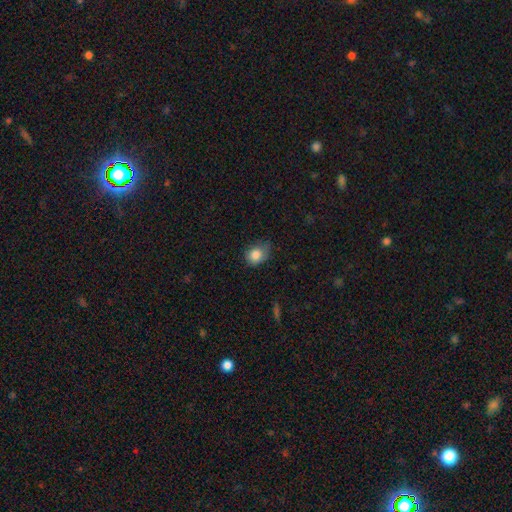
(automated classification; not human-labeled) smooth 78%, star or artifact 14%, featured or disk 8%. Down the decision tree: how rounded — round (54%); merging — none (75%).